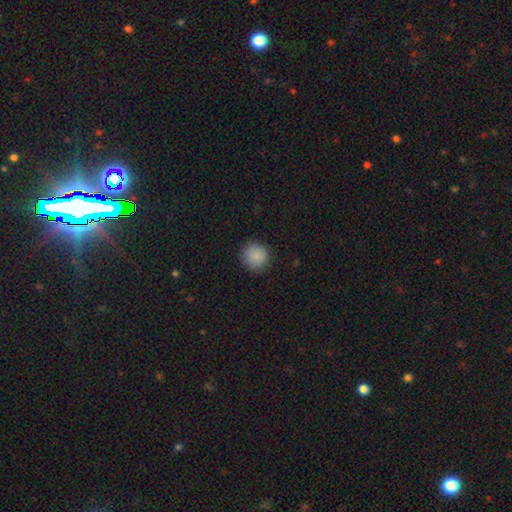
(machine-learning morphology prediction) A smooth galaxy with no disk features (88%) that is round (92%).

Vote fractions:
- Smooth or featured? smooth: 88% / star or artifact: 9% / featured or disk: 3%
- How rounded? round: 92% / in between: 7% / cigar-shaped: 1%
- Merging? none: 88% / minor disturbance: 8% / major disturbance: 2% / merger: 1%